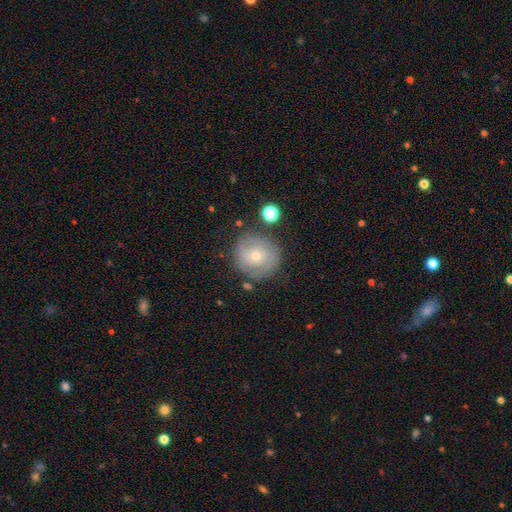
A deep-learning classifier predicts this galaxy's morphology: featured or disk 56%, smooth 35%, star or artifact 9%. Down the decision tree: edge-on disk — no (97%); bar — no (70%); spiral arms — yes (72%); bulge size — small (57%); merging — none (76%).